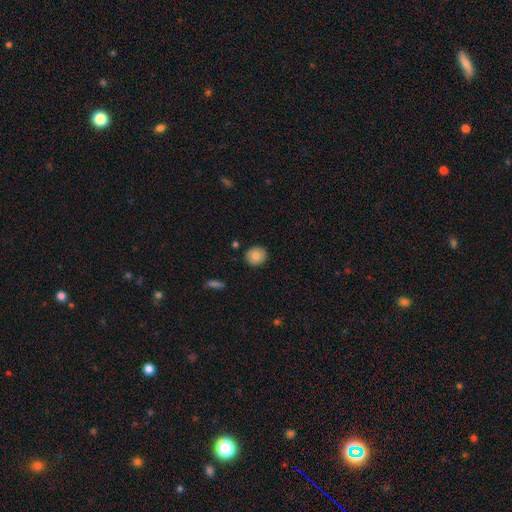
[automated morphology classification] smooth-or-featured: smooth: 74% | featured or disk: 18% | star or artifact: 8%
  how-rounded: round: 89% | in between: 10% | cigar-shaped: 1%
  merging: none: 90% | minor disturbance: 7% | major disturbance: 2% | merger: 1%